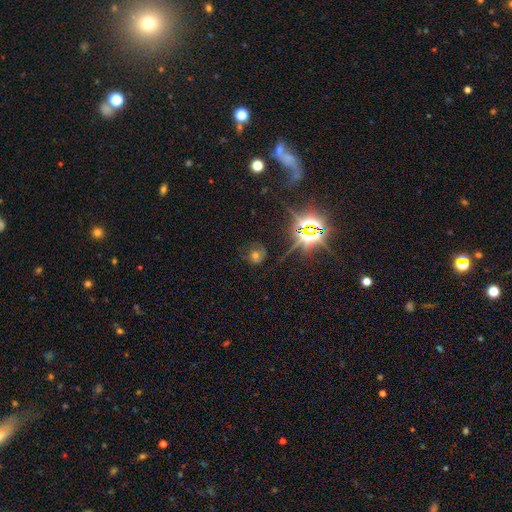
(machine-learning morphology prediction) smooth-or-featured: star or artifact: 42% | smooth: 35% | featured or disk: 23%